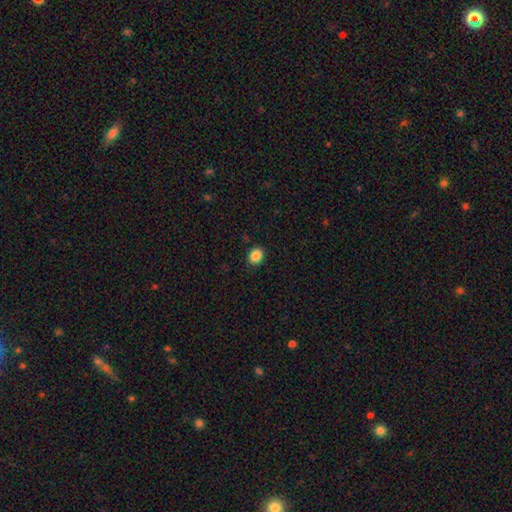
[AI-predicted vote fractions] Smooth or featured: smooth — 87% (star or artifact — 10%)
How rounded: round — 56% (in between — 43%)
Merging: none — 90% (minor disturbance — 7%)